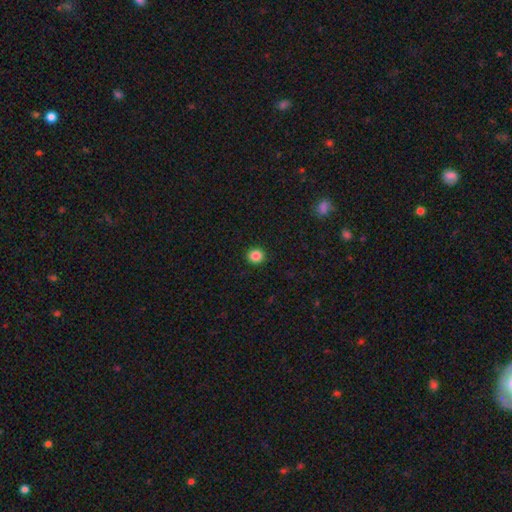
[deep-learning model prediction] This appears to be a smooth galaxy with no disk features (86%) that is round (88%). Merging: none (93%).